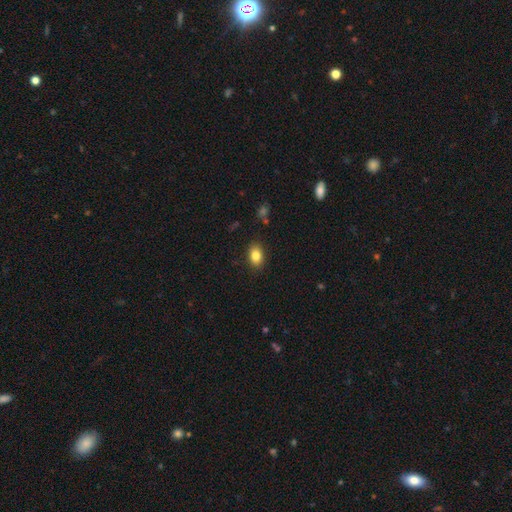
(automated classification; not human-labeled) smooth 84%, star or artifact 9%, featured or disk 8%. Down the decision tree: how rounded — in between (81%); merging — none (87%).